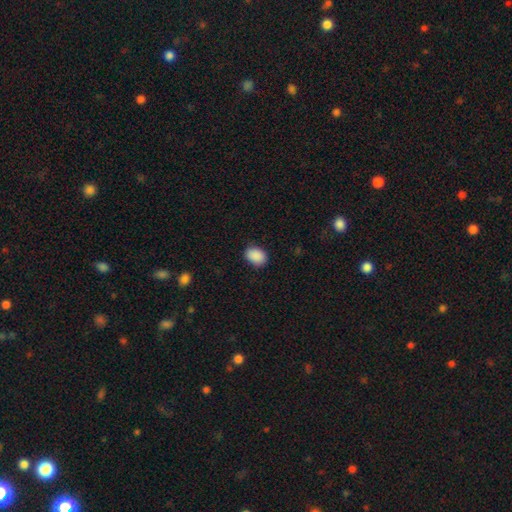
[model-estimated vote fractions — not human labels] smooth-or-featured: smooth: 90% | star or artifact: 7% | featured or disk: 3%
  how-rounded: in between: 76% | round: 23% | cigar-shaped: 1%
  merging: none: 84% | minor disturbance: 12% | major disturbance: 3% | merger: 1%